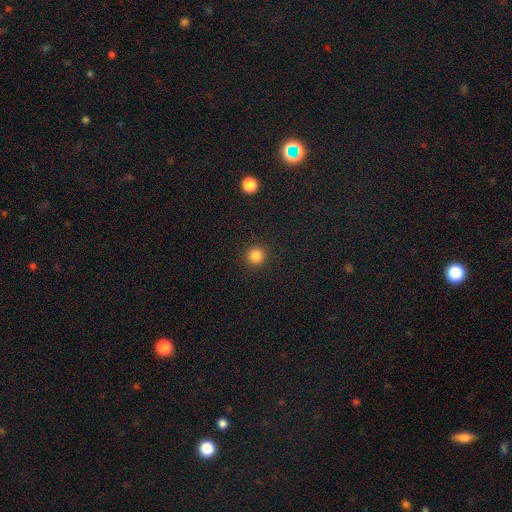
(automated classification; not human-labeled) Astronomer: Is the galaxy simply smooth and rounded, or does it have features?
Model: smooth — 84%.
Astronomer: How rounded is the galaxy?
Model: round — 95%.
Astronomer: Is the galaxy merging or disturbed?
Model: none — 92%.